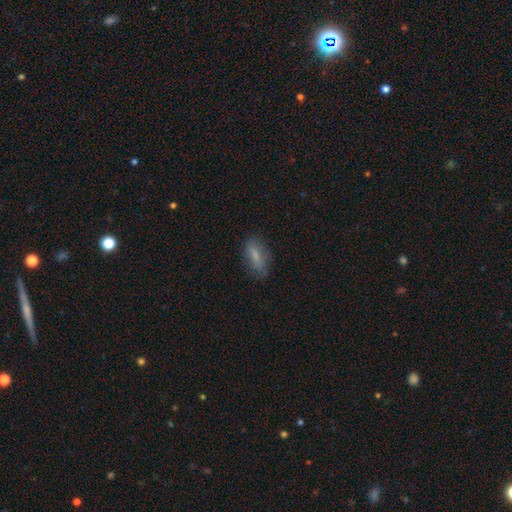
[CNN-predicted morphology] Smooth or featured? smooth (75%)
How rounded? in between (69%)
Merging? none (76%)